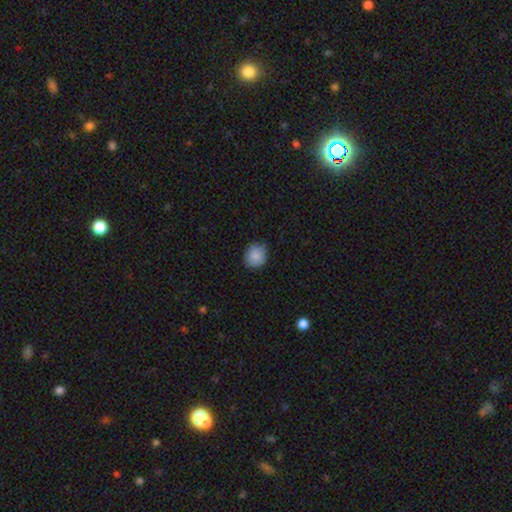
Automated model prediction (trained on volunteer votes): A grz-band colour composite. It shows a smooth galaxy with no disk features (88%) that is round (75%). Merging: none (82%).